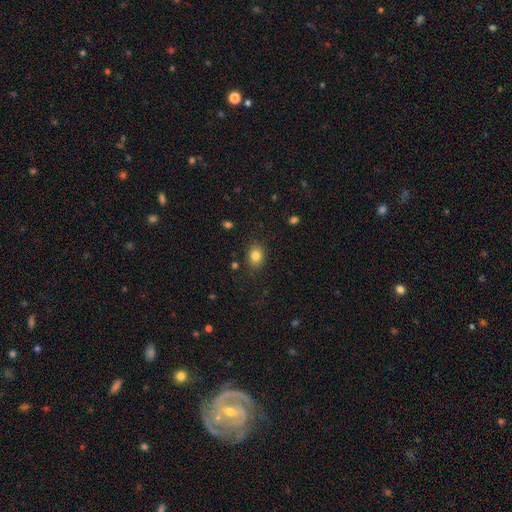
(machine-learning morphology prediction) This appears to be a smooth galaxy with no disk features (82%) that is in between round and cigar-shaped (58%). Merging: none (84%).